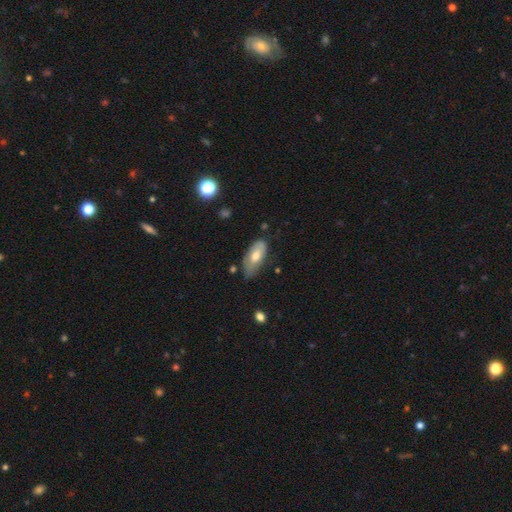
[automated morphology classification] A smooth galaxy with no disk features (60%) that is in between round and cigar-shaped (89%). Merging: none (60%).